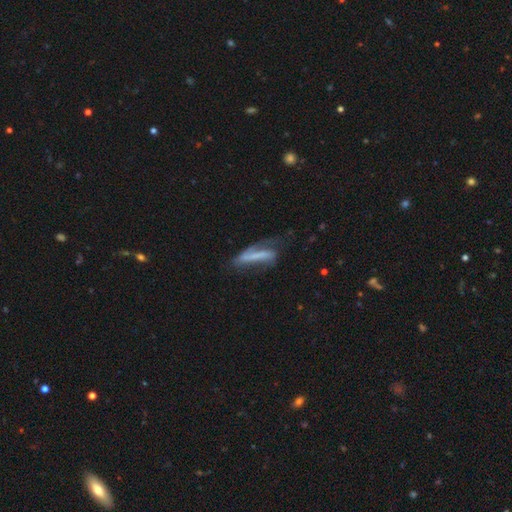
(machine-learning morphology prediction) This is possibly a featured or disk galaxy (52%). It is likely not viewed edge-on (72%). Merging: marginally none (34%, tied with major disturbance).